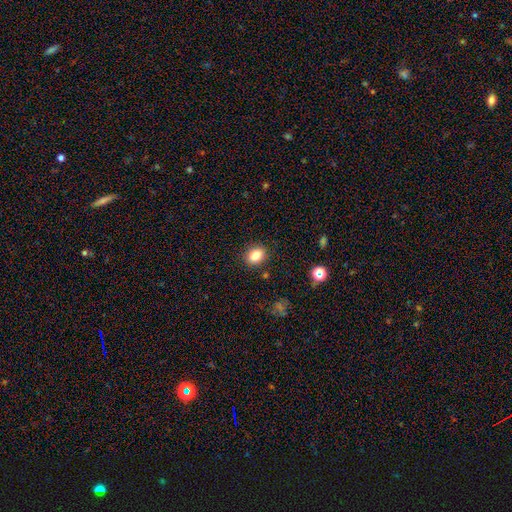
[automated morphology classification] Smooth or featured? smooth (84%)
How rounded? in between (62%)
Merging? none (88%)